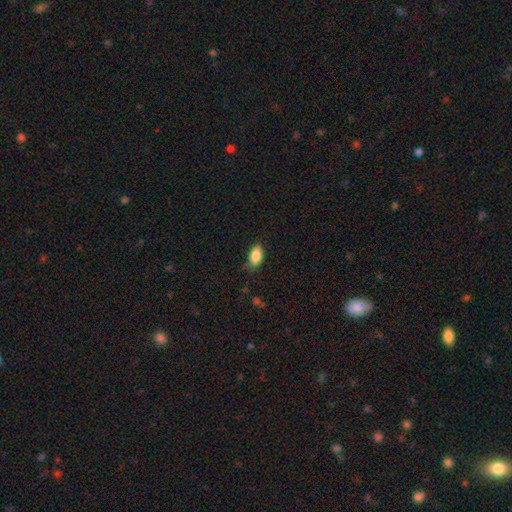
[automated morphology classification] This appears to be a smooth galaxy with no disk features (86%) that is in between round and cigar-shaped (91%). Merging: none (72%).